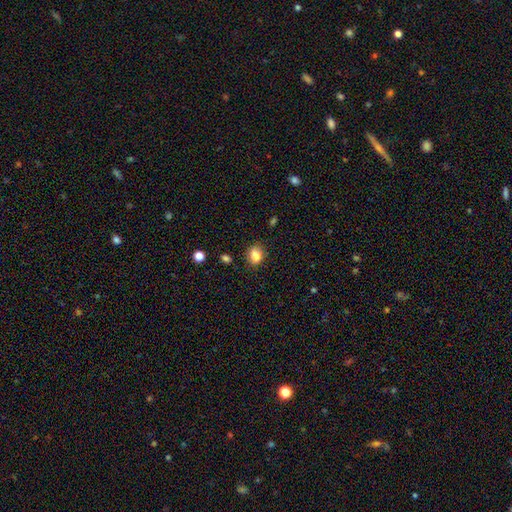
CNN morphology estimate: A smooth galaxy with no disk features (83%) that is in between round and cigar-shaped (62%).

Vote fractions:
- Smooth or featured? smooth: 83% / star or artifact: 10% / featured or disk: 7%
- How rounded? in between: 62% / round: 36% / cigar-shaped: 2%
- Merging? none: 72% / minor disturbance: 16% / merger: 7% / major disturbance: 4%